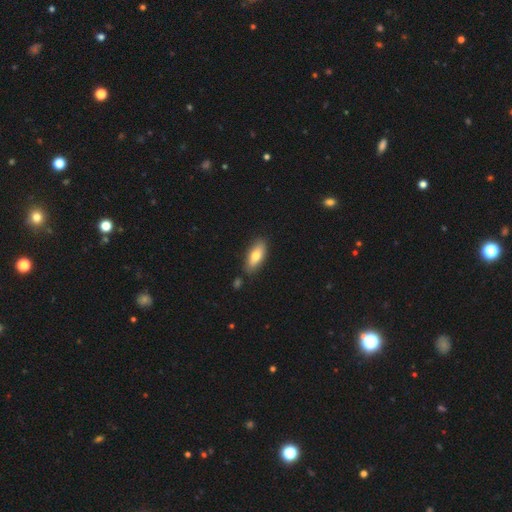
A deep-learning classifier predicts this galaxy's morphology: This appears to be a smooth galaxy with no disk features (74%) that is in between round and cigar-shaped (78%). Merging: none (82%).